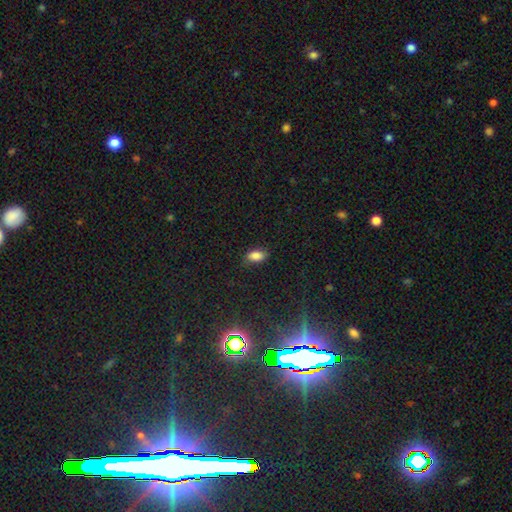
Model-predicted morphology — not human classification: Smooth or featured? Predicted: smooth (p=0.83). How rounded? Predicted: in between (p=0.90). Merging? Predicted: none (p=0.78).